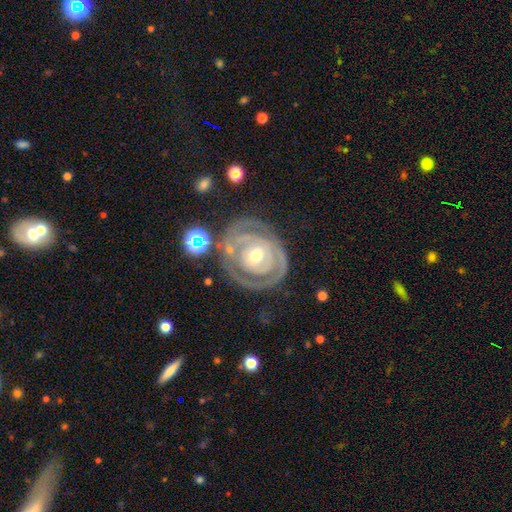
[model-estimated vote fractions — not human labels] Smooth or featured? Predicted: featured or disk (p=0.86). Edge-on disk? Predicted: no (p=0.97). Bar? Predicted: no (p=0.64). Spiral arms? Predicted: yes (p=0.87). Spiral winding? Predicted: tight (p=0.80). Spiral arm count? Predicted: 2 (p=0.41). Bulge size? Predicted: moderate (p=0.58). Merging? Predicted: none (p=0.70).